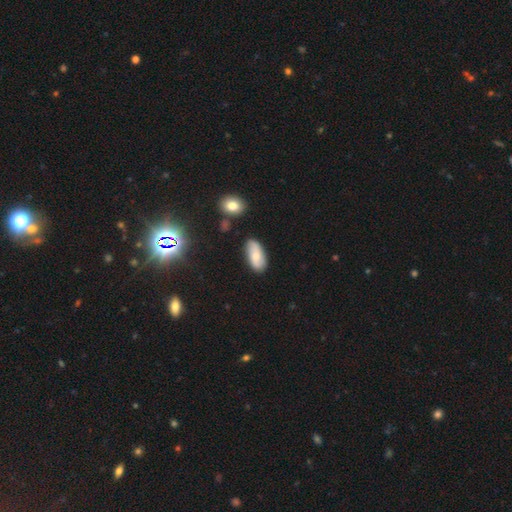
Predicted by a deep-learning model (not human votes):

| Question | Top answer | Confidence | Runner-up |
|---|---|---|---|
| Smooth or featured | smooth | 60% | featured or disk (33%) |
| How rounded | in between | 89% | cigar-shaped (8%) |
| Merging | none | 80% | minor disturbance (15%) |